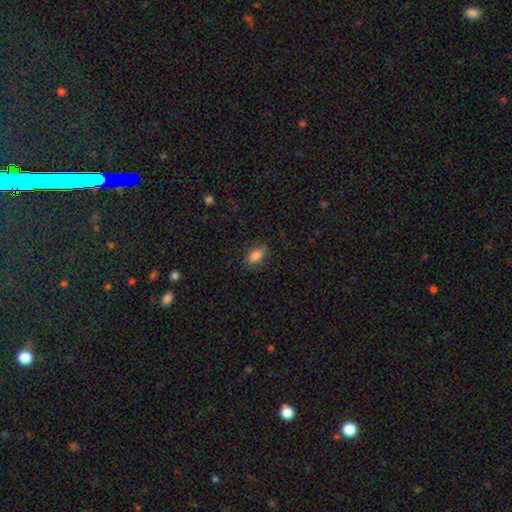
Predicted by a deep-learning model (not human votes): The model was most divided on "merging": none: 82%, minor disturbance: 14%, major disturbance: 3%, merger: 1%. More confident: how rounded — in between (88%); smooth or featured — smooth (84%).